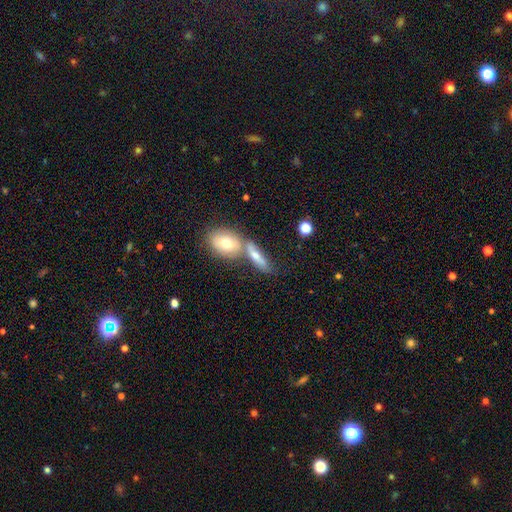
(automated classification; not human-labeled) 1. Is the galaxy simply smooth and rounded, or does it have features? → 63% smooth, 28% featured or disk, 8% star or artifact.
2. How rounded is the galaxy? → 54% in between, 40% cigar-shaped, 6% round.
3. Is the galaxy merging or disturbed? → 43% merger, 41% none, 11% minor disturbance, 5% major disturbance.